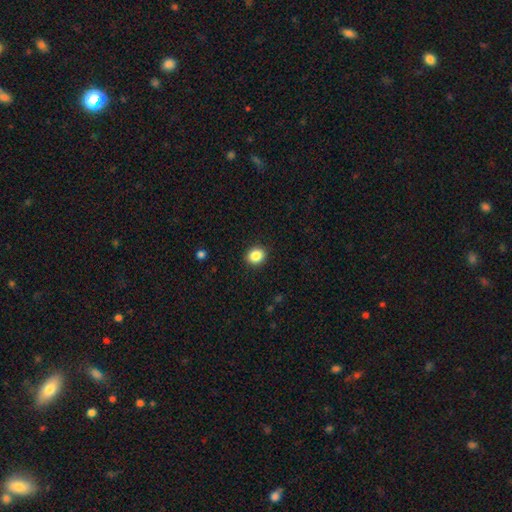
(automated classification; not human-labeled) Smooth or featured? Predicted: smooth (p=0.87). How rounded? Predicted: round (p=0.63). Merging? Predicted: none (p=0.91).